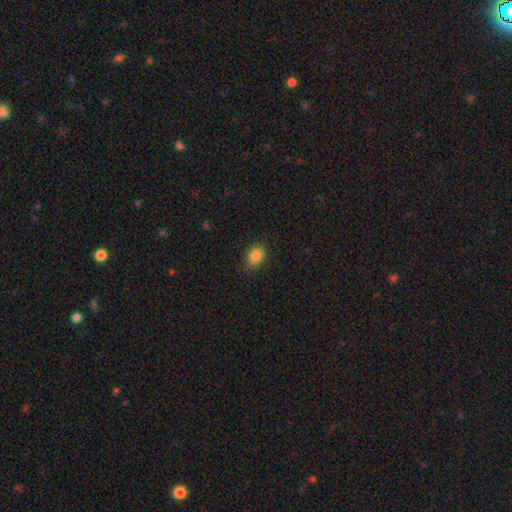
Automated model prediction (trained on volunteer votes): The model was most divided on "how rounded": in between: 61%, round: 38%, cigar-shaped: 1%. More confident: smooth or featured — smooth (85%); merging — none (82%).